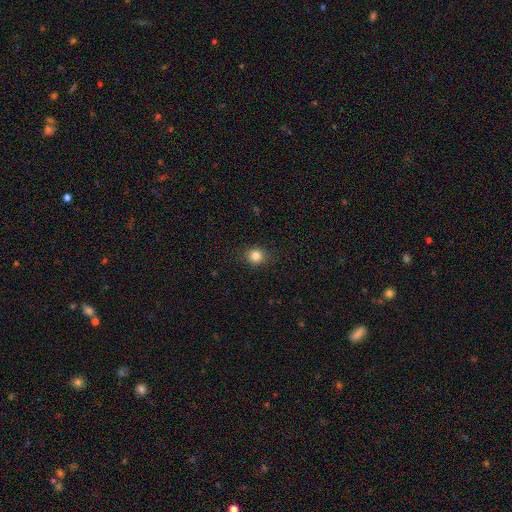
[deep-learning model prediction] Smooth or featured: smooth — 82% (star or artifact — 12%)
How rounded: round — 79% (in between — 20%)
Merging: none — 88% (minor disturbance — 9%)